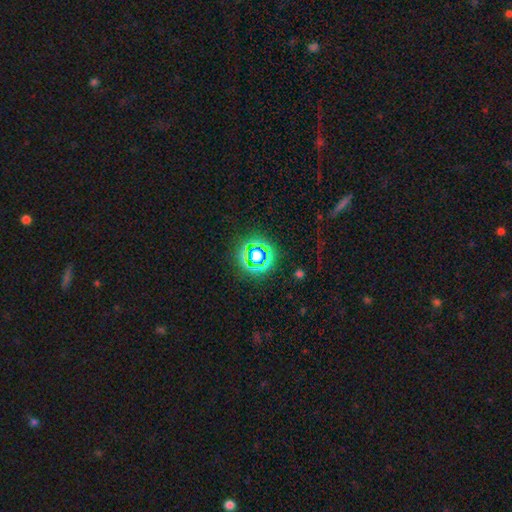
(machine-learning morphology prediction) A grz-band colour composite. It shows a star or artifact, not a galaxy (64%).